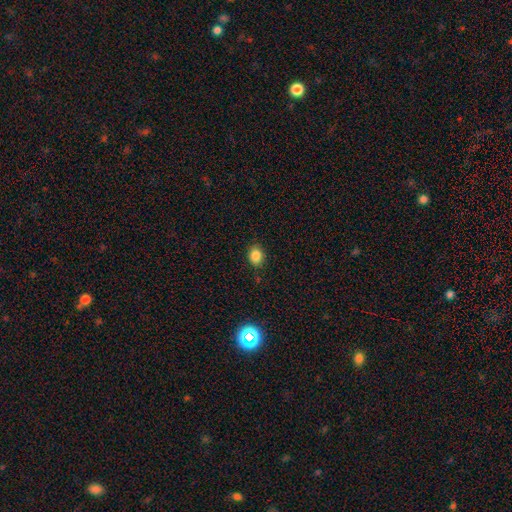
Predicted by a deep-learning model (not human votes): Smooth or featured? smooth (84%)
How rounded? in between (54%)
Merging? none (84%)